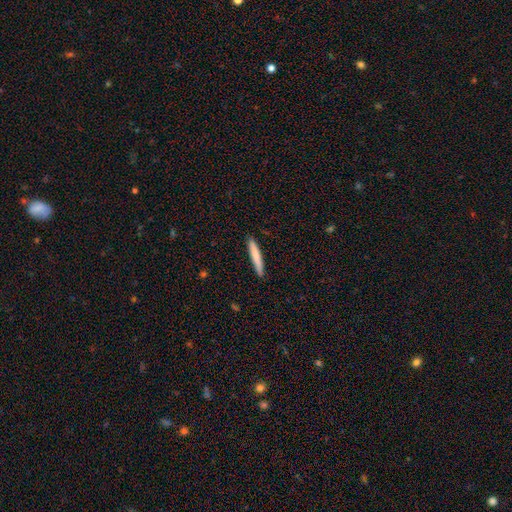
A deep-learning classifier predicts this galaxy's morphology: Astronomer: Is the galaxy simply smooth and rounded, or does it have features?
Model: smooth — 78%.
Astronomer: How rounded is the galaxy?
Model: cigar-shaped — 94%.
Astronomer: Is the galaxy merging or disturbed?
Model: none — 89%.